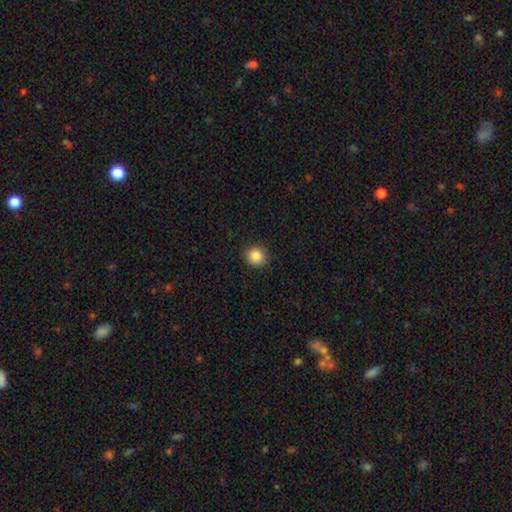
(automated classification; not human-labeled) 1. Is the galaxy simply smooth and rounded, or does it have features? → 86% smooth, 10% star or artifact, 4% featured or disk.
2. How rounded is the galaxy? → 87% round, 12% in between, 1% cigar-shaped.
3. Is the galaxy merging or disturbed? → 90% none, 7% minor disturbance, 2% major disturbance, 1% merger.